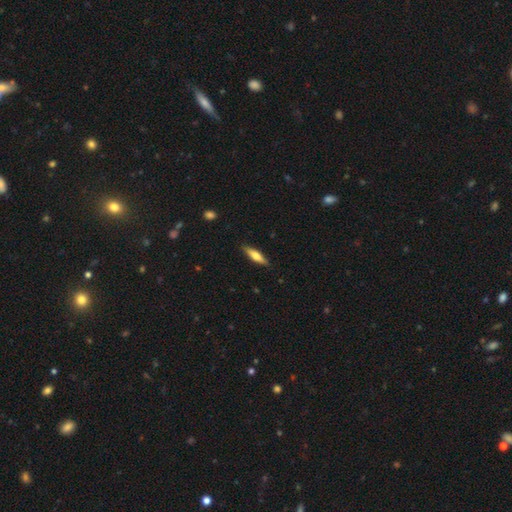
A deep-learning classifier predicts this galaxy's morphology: Overall: smooth (52%; featured or disk 42%). How rounded: cigar-shaped (68%; in between 30%). Merging: none (88%).